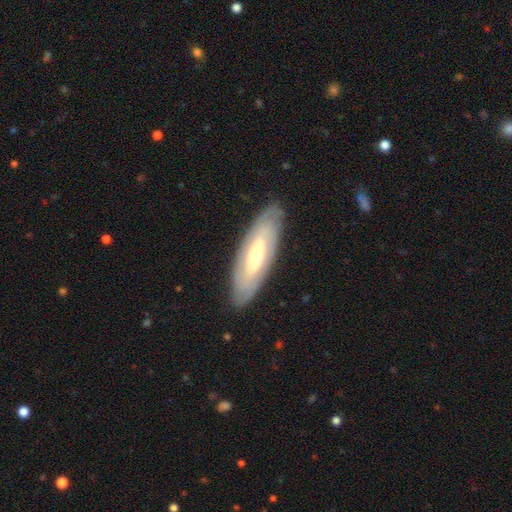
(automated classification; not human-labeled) A featured or disk galaxy (64%).

Vote fractions:
- Smooth or featured? featured or disk: 64% / smooth: 31% / star or artifact: 5%
- Edge-on disk? no: 73% / yes: 27%
- Merging? none: 85% / minor disturbance: 11% / major disturbance: 3% / merger: 1%